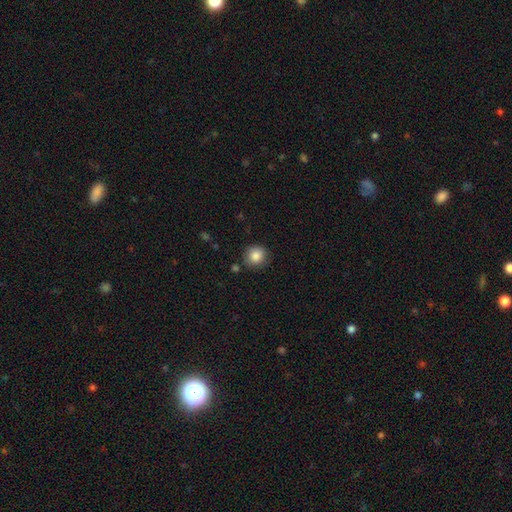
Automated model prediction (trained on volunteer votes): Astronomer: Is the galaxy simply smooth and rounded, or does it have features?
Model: smooth — 86%.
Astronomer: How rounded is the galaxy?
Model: round — 90%.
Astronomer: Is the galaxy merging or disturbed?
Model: none — 85%.